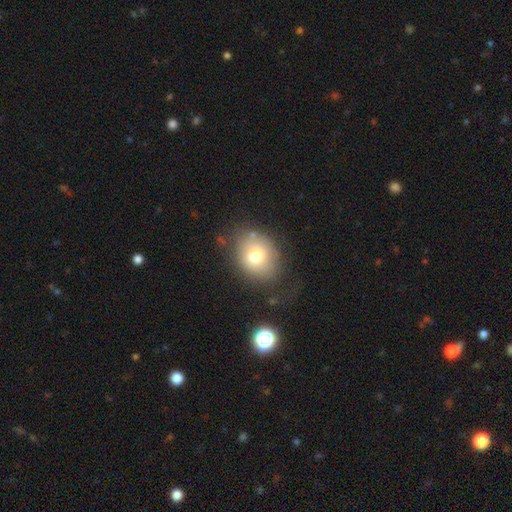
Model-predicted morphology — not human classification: A smooth galaxy with no disk features (74%) that is round (50%).

Vote fractions:
- Smooth or featured? smooth: 74% / featured or disk: 16% / star or artifact: 10%
- How rounded? round: 50% / in between: 49% / cigar-shaped: 1%
- Merging? none: 66% / minor disturbance: 20% / major disturbance: 10% / merger: 4%